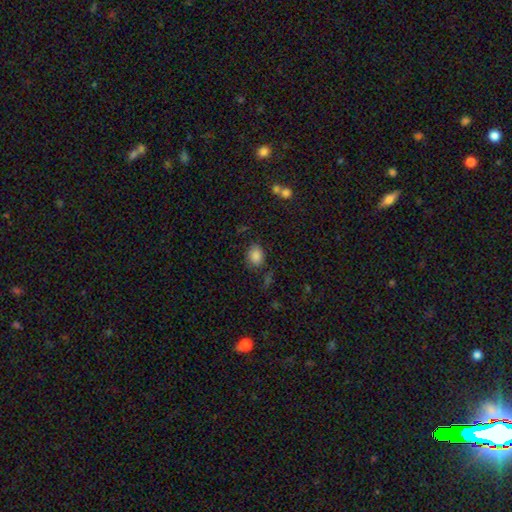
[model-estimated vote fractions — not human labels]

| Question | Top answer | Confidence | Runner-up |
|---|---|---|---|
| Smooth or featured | smooth | 84% | star or artifact (10%) |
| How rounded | in between | 54% | round (45%) |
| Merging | none | 78% | minor disturbance (15%) |